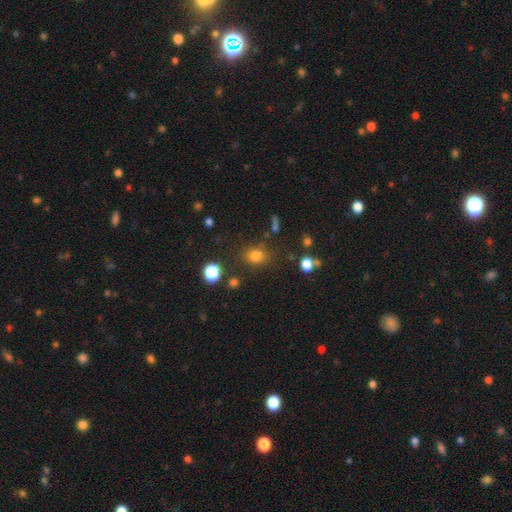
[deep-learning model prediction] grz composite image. It shows a smooth galaxy with no disk features (77%) that is round (64%). Merging: none (80%).